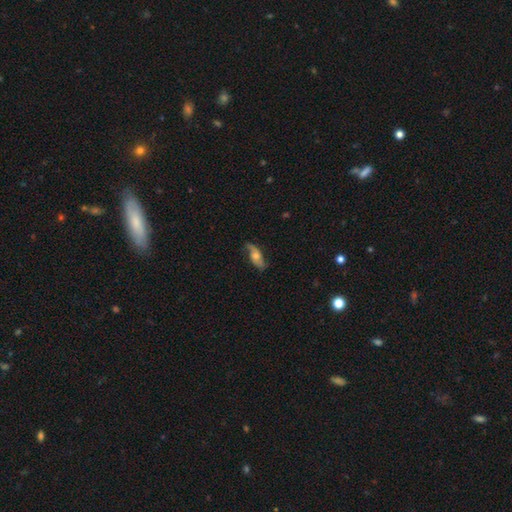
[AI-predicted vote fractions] featured or disk 66%, smooth 27%, star or artifact 7%. Down the decision tree: edge-on disk — no (86%); bar — no (68%); spiral arms — yes (90%); spiral arm count — 2 (87%); spiral winding — loose (63%); bulge size — moderate (58%); merging — none (73%).